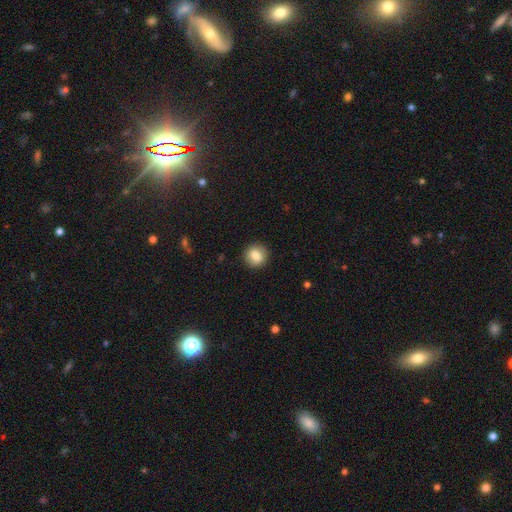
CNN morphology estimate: This is clearly a smooth galaxy (83%). How rounded: clearly round (87%). Merging: clearly none (90%).